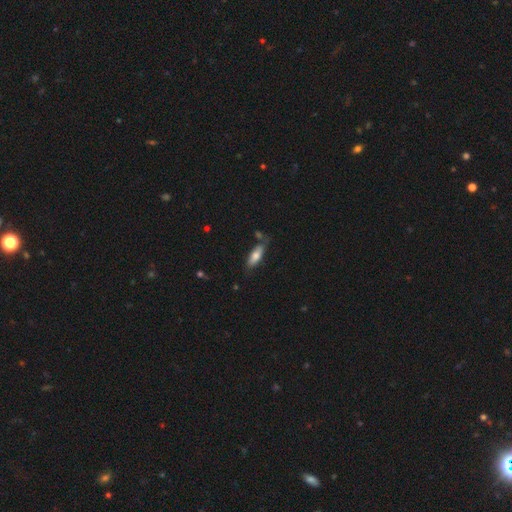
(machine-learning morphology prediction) type=smooth (72%); roundness=in between (60%); merging=none (69%).